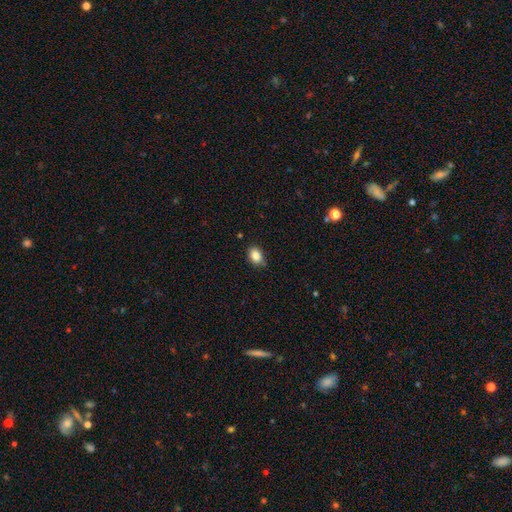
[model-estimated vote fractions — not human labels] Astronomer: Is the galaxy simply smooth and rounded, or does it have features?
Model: smooth — 86%.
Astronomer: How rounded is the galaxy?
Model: in between — 72%.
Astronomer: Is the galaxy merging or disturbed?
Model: none — 79%.